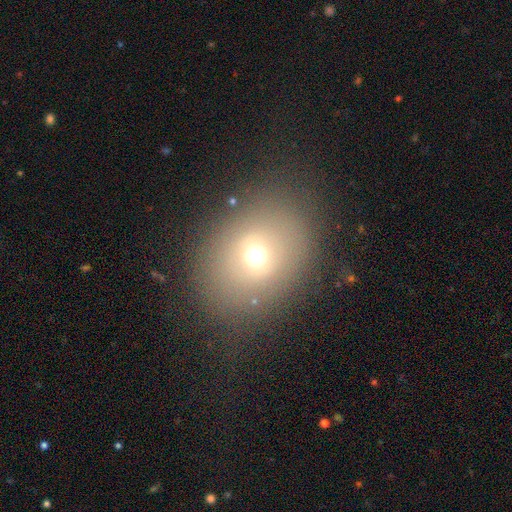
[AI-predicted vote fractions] Smooth or featured: smooth — 64% (featured or disk — 18%)
How rounded: in between — 50% (round — 49%)
Merging: none — 82% (minor disturbance — 10%)